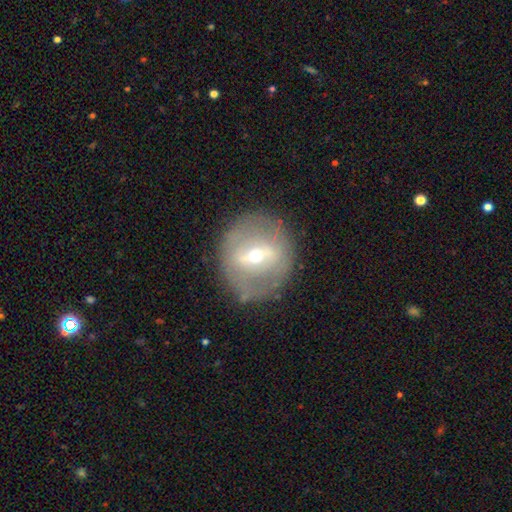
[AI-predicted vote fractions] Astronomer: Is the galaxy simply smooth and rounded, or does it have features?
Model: featured or disk — 67%.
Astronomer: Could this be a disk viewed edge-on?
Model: no — 86%.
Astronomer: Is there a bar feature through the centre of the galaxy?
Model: strong — 51% (runner-up: weak, 33%).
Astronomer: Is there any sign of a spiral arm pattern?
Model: no — 75%.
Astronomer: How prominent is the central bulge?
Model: small — 50% (runner-up: moderate, 45%).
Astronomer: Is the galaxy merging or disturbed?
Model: none — 79%.